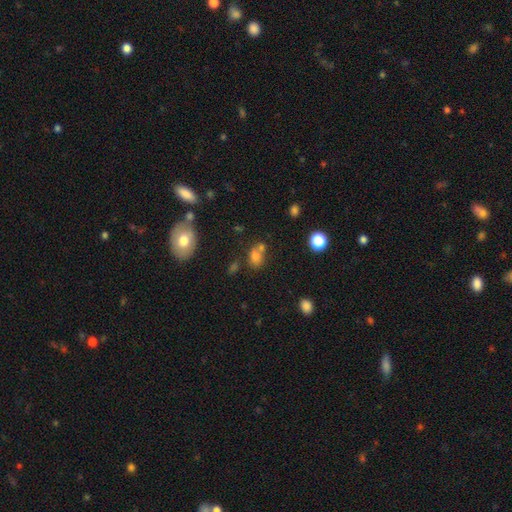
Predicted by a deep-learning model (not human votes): A smooth galaxy with no disk features (71%) that is in between round and cigar-shaped (54%). Merging: none (48%).